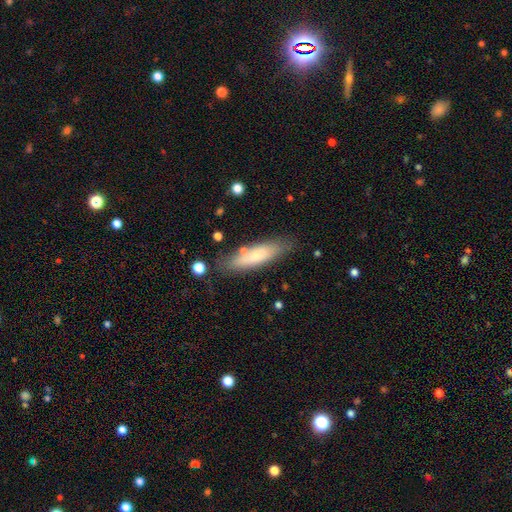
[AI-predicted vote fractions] Morphology: type=smooth (70%); roundness=cigar-shaped (64%); merging=none (75%).